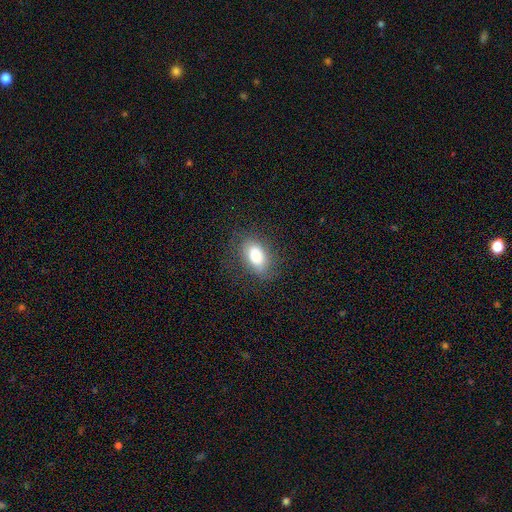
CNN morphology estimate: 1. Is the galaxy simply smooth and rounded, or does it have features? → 77% smooth, 14% featured or disk, 8% star or artifact.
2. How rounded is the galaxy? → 90% in between, 7% round, 2% cigar-shaped.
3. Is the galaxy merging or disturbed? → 75% none, 16% minor disturbance, 8% major disturbance, 1% merger.